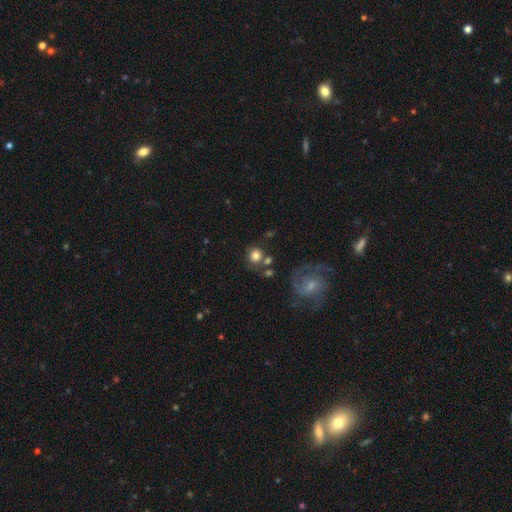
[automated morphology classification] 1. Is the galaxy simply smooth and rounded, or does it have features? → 77% smooth, 14% featured or disk, 10% star or artifact.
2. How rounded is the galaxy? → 84% round, 15% in between, 1% cigar-shaped.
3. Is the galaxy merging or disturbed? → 62% none, 17% merger, 14% minor disturbance, 7% major disturbance.